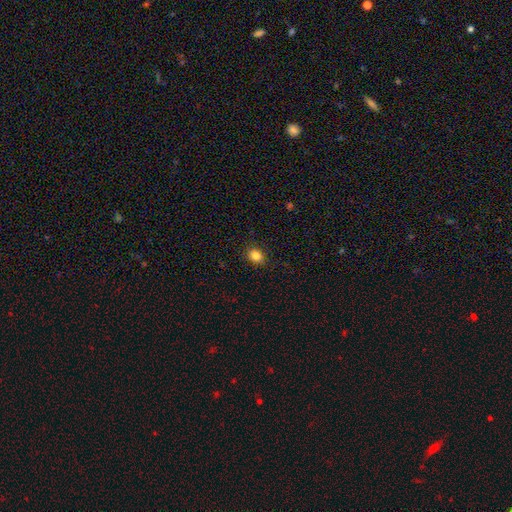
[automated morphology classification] Smooth or featured? smooth (84%)
How rounded? round (55%)
Merging? none (89%)